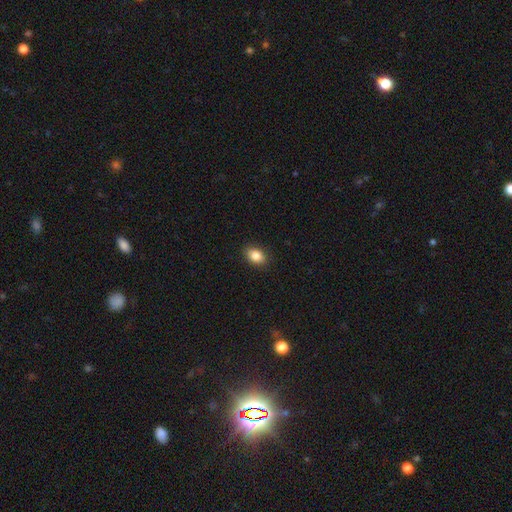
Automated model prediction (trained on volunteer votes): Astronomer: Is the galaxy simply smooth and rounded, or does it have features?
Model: smooth — 85%.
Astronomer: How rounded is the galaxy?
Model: in between — 78%.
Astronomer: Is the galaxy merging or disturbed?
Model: none — 89%.